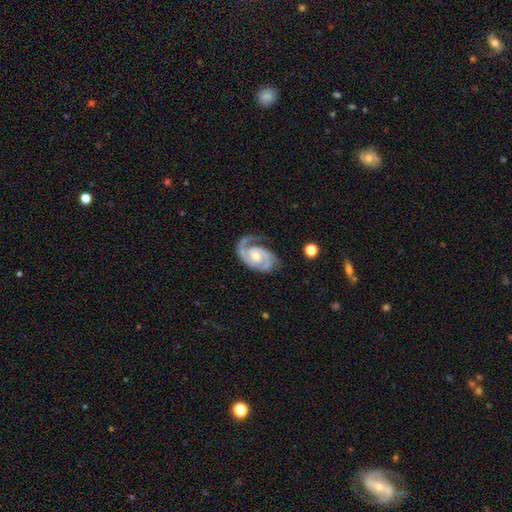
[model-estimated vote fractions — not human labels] A featured or disk galaxy (91%) with no bar (63%), 2 (81%) tight (51%) spiral arms (98%) and a moderate central bulge (55%). Merging: none (68%).